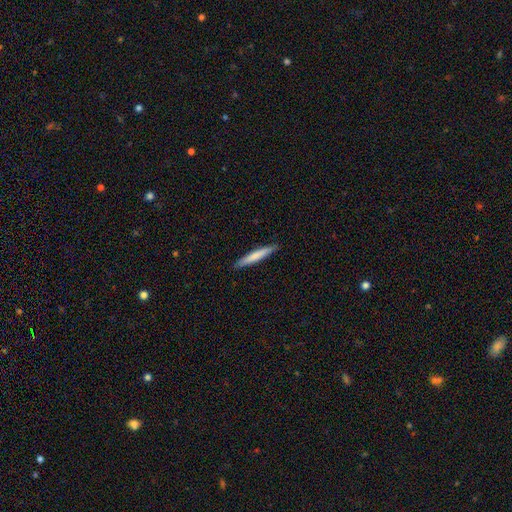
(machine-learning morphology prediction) smooth-or-featured: smooth: 75% | featured or disk: 21% | star or artifact: 5%
  how-rounded: cigar-shaped: 95% | in between: 4% | round: 1%
  merging: none: 91% | minor disturbance: 7% | major disturbance: 1% | merger: 1%